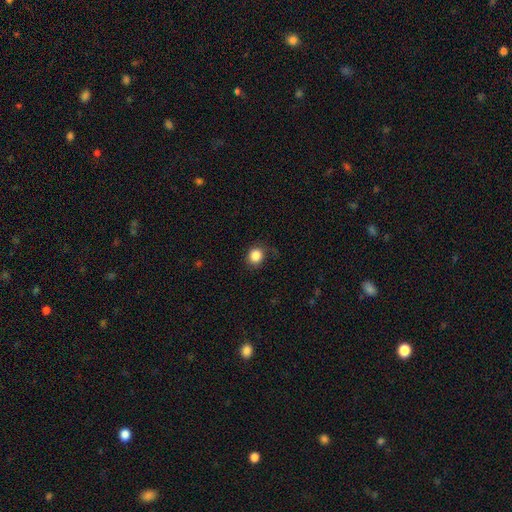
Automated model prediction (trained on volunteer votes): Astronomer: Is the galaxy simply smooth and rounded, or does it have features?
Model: smooth — 86%.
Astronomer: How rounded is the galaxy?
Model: round — 80%.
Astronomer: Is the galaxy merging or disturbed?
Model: none — 80%.